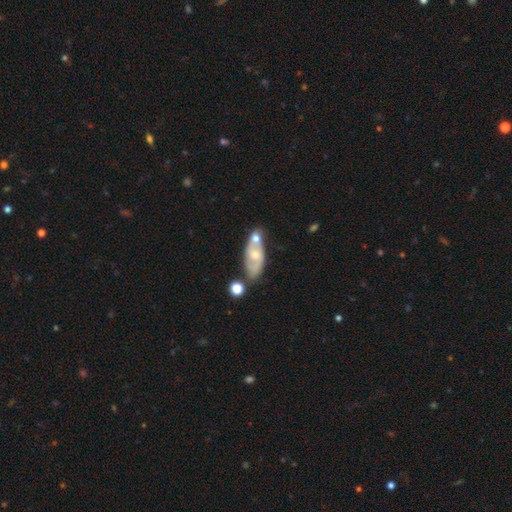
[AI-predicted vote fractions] Smooth or featured: featured or disk — 51% (smooth — 42%)
Edge-on disk: no — 88% (yes — 12%)
Merging: merger — 38% (none — 35%)